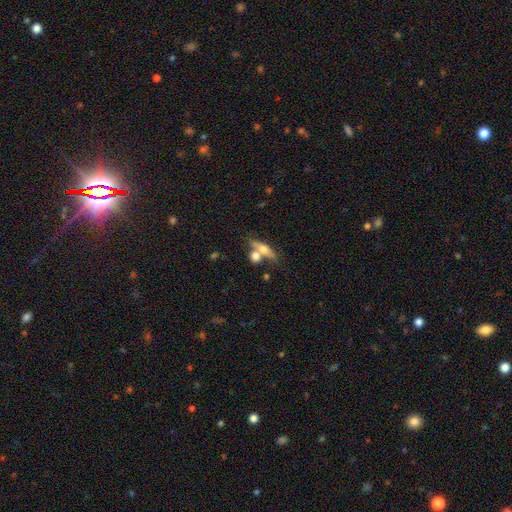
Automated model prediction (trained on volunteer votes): Q: Smooth or featured?
A: smooth (52%); runner-up: featured or disk (39%)
Q: How rounded?
A: cigar-shaped (42%); runner-up: in between (40%)
Q: Merging?
A: none (48%); runner-up: merger (38%)